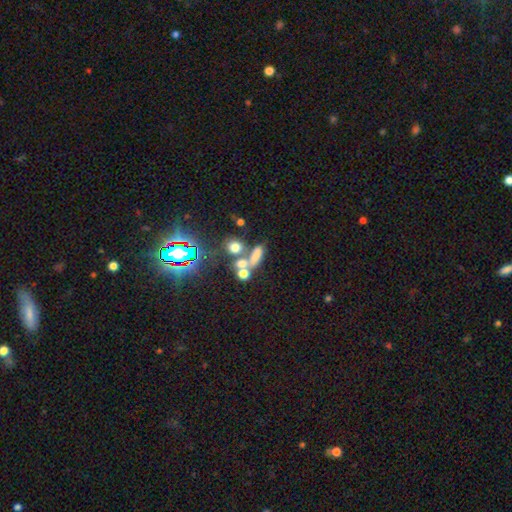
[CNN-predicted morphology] smooth-or-featured: smooth: 59% | star or artifact: 23% | featured or disk: 18%
  how-rounded: in between: 55% | round: 25% | cigar-shaped: 20%
  merging: merger: 44% | none: 36% | minor disturbance: 11% | major disturbance: 9%